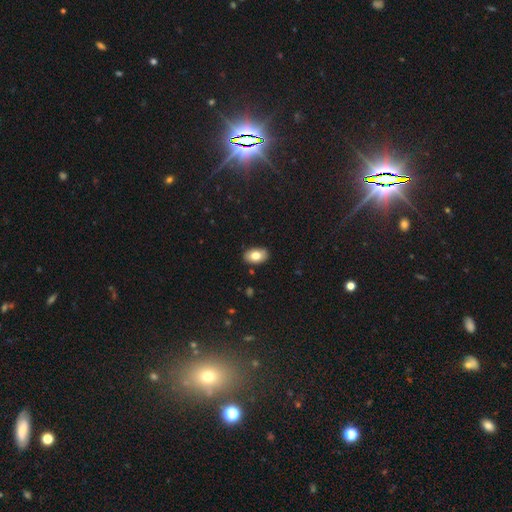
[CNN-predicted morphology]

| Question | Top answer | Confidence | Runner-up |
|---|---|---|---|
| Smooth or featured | smooth | 78% | featured or disk (14%) |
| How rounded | in between | 89% | round (10%) |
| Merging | none | 87% | minor disturbance (10%) |